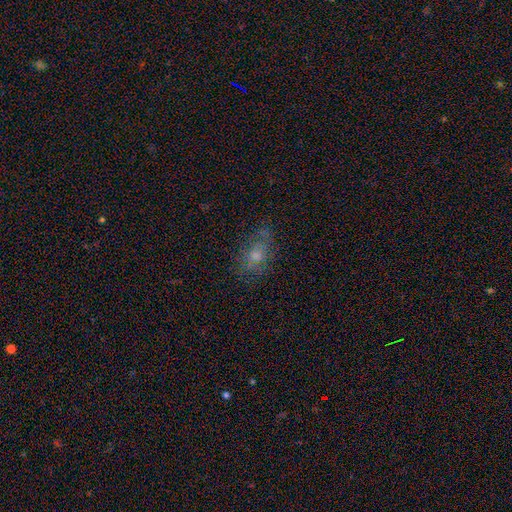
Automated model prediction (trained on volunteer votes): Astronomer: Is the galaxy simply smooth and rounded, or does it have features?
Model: smooth — 44% (runner-up: featured or disk, 36%).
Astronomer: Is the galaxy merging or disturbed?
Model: none — 65%.